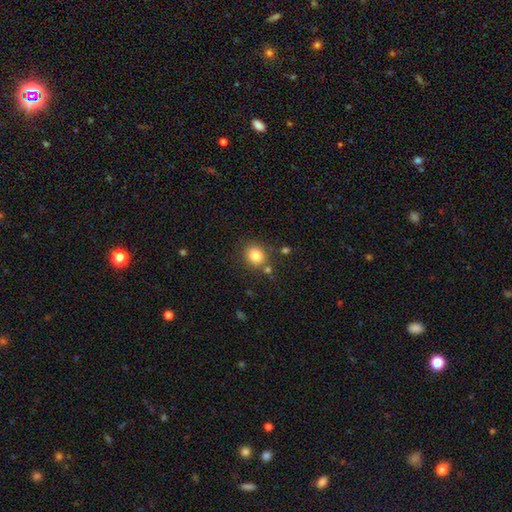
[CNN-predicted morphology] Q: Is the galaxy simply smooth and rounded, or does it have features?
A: smooth — 82%.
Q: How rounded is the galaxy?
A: round — 76%.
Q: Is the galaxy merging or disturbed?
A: none — 79%.